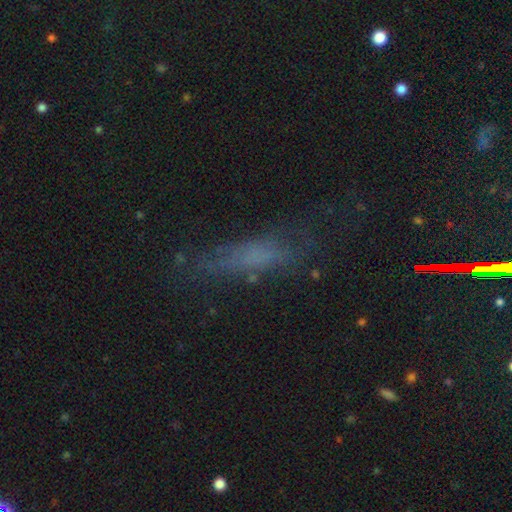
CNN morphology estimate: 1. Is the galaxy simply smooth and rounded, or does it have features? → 49% smooth, 29% featured or disk, 22% star or artifact.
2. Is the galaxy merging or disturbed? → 58% none, 24% minor disturbance, 16% major disturbance, 3% merger.